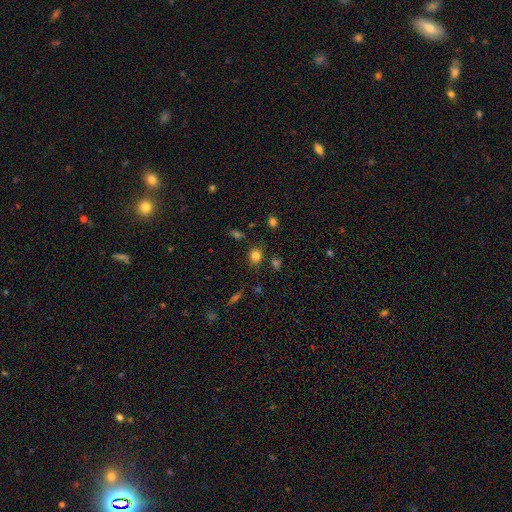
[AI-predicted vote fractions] smooth-or-featured: smooth: 82% | star or artifact: 13% | featured or disk: 5%
  how-rounded: round: 69% | in between: 30% | cigar-shaped: 1%
  merging: none: 83% | minor disturbance: 10% | merger: 4% | major disturbance: 3%